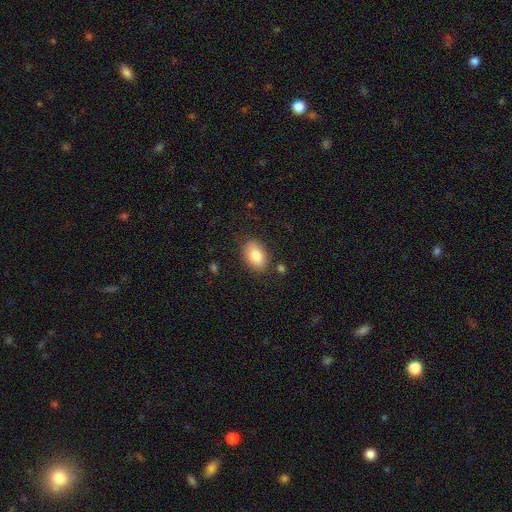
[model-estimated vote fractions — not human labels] Overall: smooth (84%). How rounded: in between (89%). Merging: none (82%).